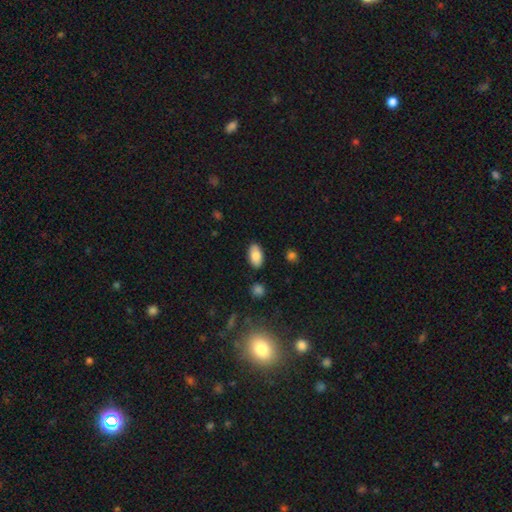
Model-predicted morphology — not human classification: type=smooth (82%); roundness=in between (94%); merging=none (85%).